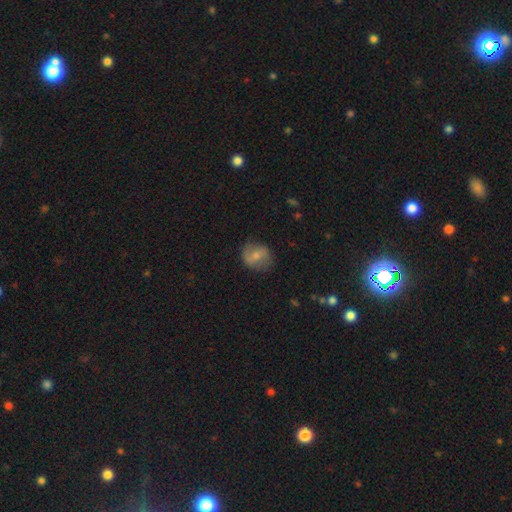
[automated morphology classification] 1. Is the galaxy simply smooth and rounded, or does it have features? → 56% smooth, 35% featured or disk, 8% star or artifact.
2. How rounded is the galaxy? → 69% round, 30% in between, 1% cigar-shaped.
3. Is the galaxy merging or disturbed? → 74% none, 19% minor disturbance, 6% major disturbance, 1% merger.